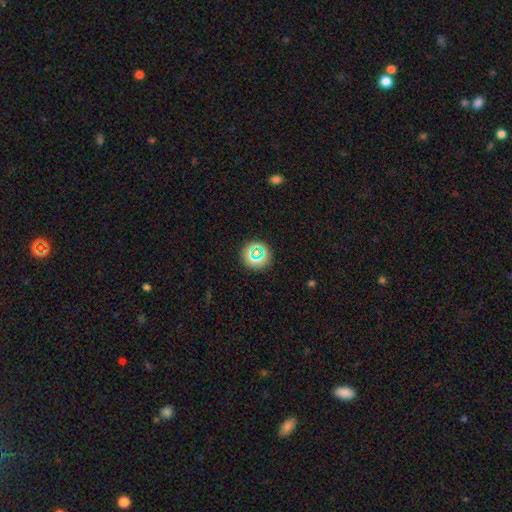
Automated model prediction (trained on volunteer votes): star or artifact 48%, smooth 39%, featured or disk 13%.